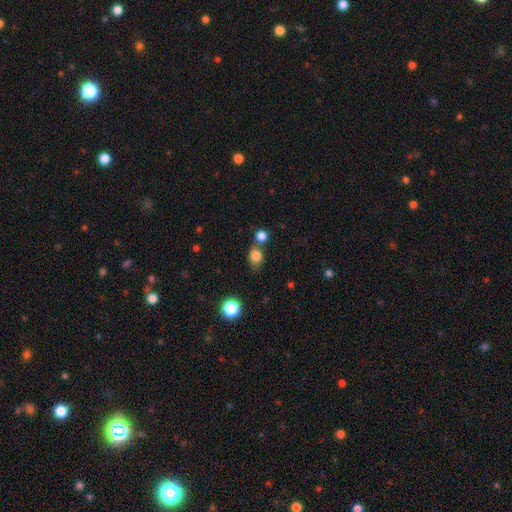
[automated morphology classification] smooth_or_featured: smooth (p=0.81) [alt: star or artifact p=0.11]
how_rounded: in between (p=0.52) [alt: round p=0.46]
merging: none (p=0.55) [alt: merger p=0.26]